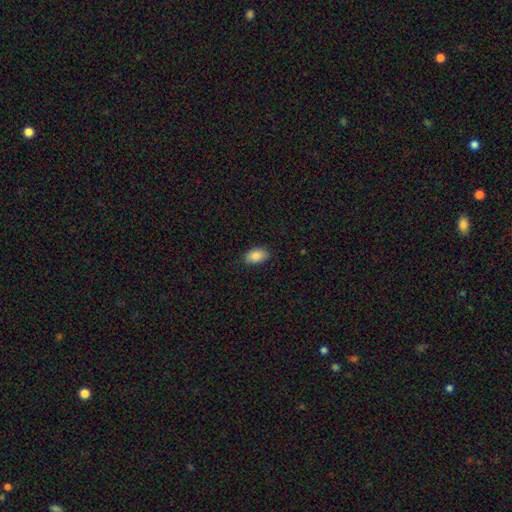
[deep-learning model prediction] Smooth or featured: smooth — 88% (star or artifact — 7%)
How rounded: in between — 93% (round — 6%)
Merging: none — 87% (minor disturbance — 9%)